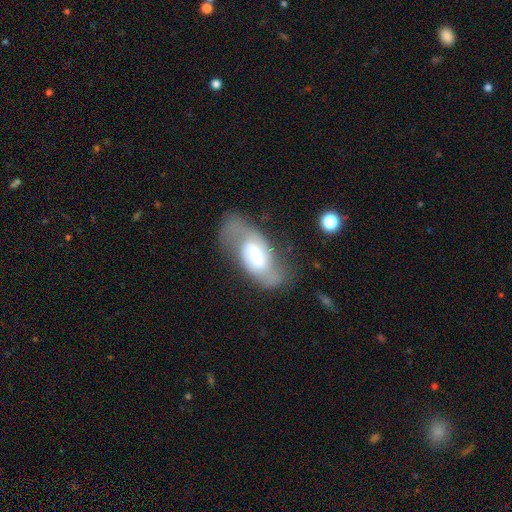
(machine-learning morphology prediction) The model was most divided on "spiral winding": medium: 43%, loose: 42%, tight: 15%. Remaining: edge-on disk — no (94%); spiral arms — yes (87%); spiral arm count — 2 (80%); smooth or featured — featured or disk (70%); bar — weak (50%); merging — none (46%); bulge size — moderate (40%).